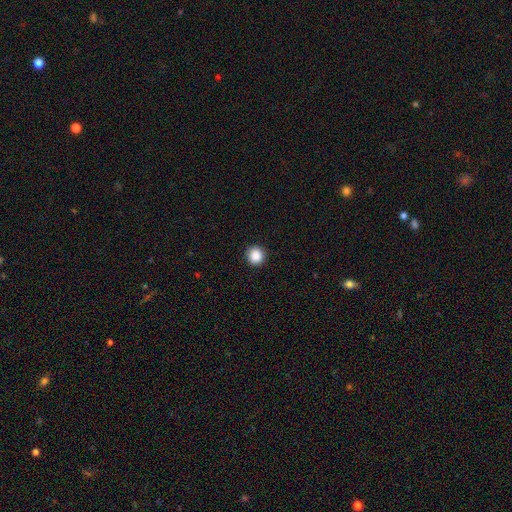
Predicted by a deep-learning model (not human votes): This appears to be a smooth galaxy with no disk features (88%) that is round (93%). Merging: none (92%).